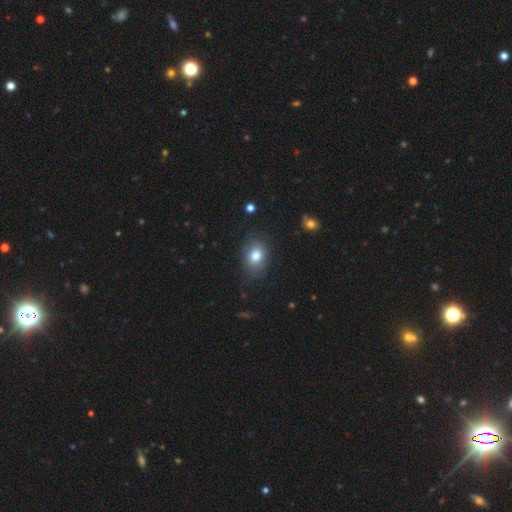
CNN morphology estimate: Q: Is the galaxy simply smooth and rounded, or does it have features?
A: smooth — 78%.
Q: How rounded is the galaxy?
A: in between — 65%.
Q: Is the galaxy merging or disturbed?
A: none — 76%.